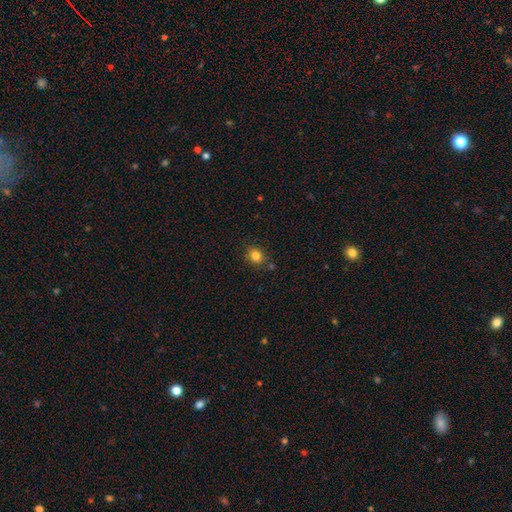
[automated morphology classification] This is clearly a smooth galaxy (83%). How rounded: likely round (70%). Merging: likely none (78%).